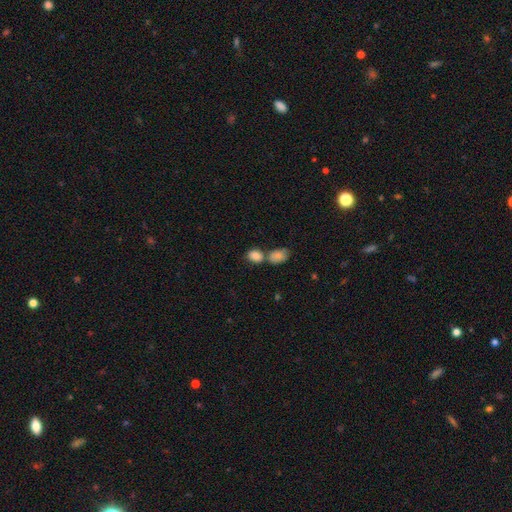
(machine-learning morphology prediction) smooth-or-featured: smooth: 85% | star or artifact: 8% | featured or disk: 7%
  how-rounded: in between: 61% | round: 38% | cigar-shaped: 1%
  merging: merger: 46% | none: 40% | minor disturbance: 10% | major disturbance: 4%